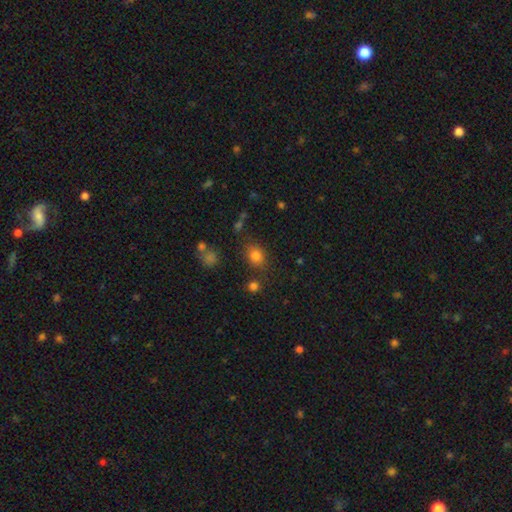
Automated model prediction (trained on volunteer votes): Smooth or featured?
  - smooth: 80% *
  - star or artifact: 14%
  - featured or disk: 7%
How rounded?
  - round: 53% *
  - in between: 46%
  - cigar-shaped: 1%
Merging?
  - none: 75% *
  - minor disturbance: 14%
  - merger: 6%
  - major disturbance: 5%